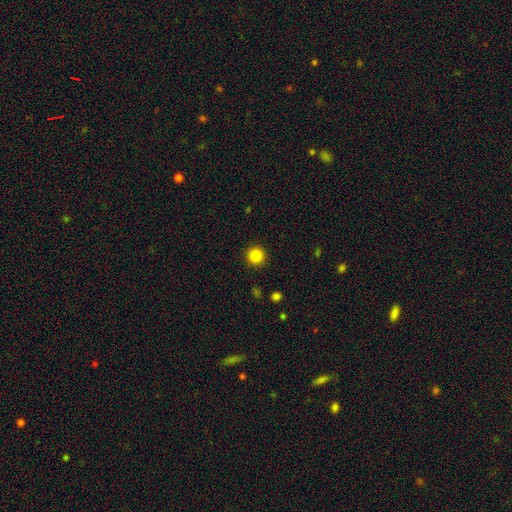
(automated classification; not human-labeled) Smooth or featured? smooth (86%)
How rounded? round (95%)
Merging? none (92%)